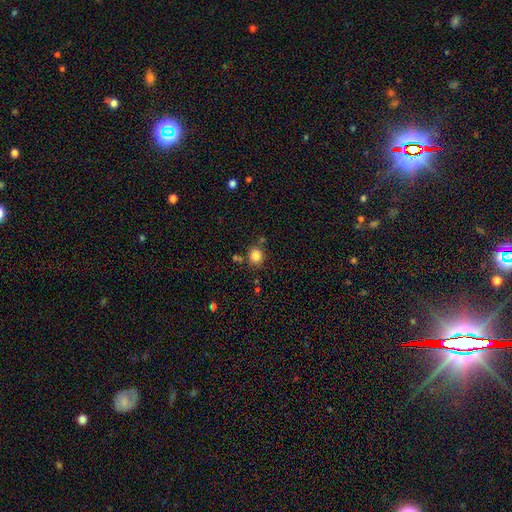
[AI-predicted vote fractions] Smooth or featured? smooth (84%)
How rounded? round (77%)
Merging? none (78%)